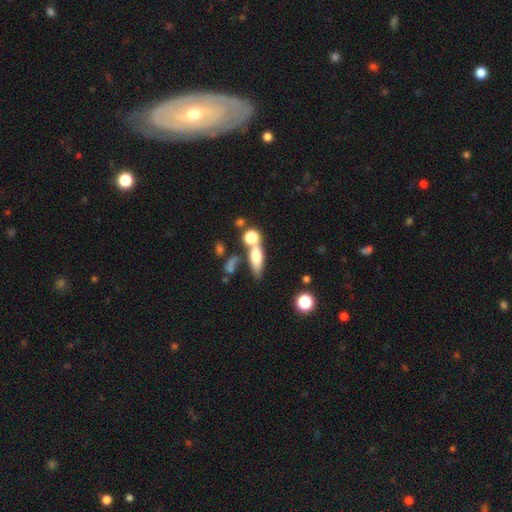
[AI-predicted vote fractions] Smooth or featured? Predicted: smooth (p=0.65). How rounded? Predicted: in between (p=0.51). Merging? Predicted: none (p=0.42).